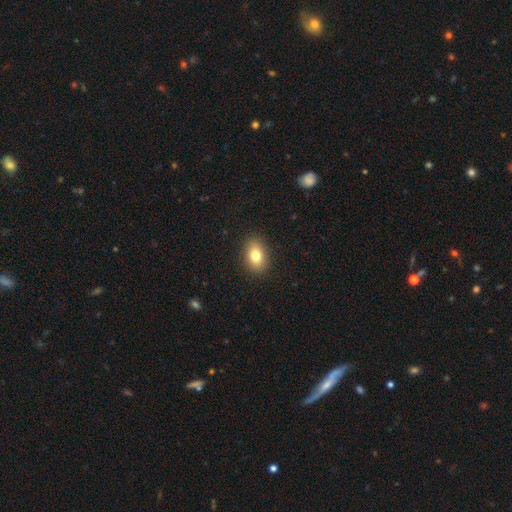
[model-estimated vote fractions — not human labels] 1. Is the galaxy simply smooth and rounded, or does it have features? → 80% smooth, 11% featured or disk, 9% star or artifact.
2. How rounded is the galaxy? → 81% in between, 18% round, 2% cigar-shaped.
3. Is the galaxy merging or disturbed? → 89% none, 8% minor disturbance, 2% major disturbance, 1% merger.